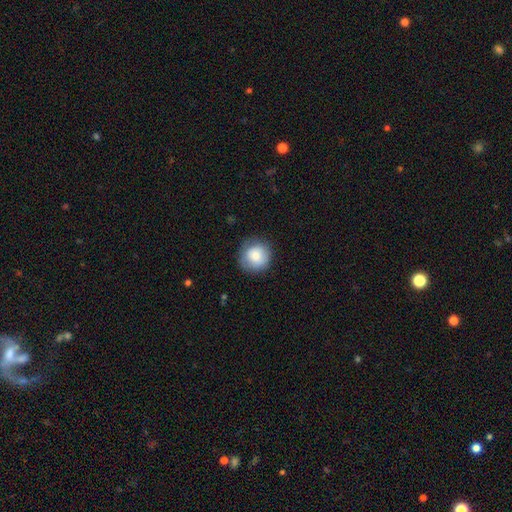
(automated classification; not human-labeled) smooth-or-featured: smooth: 82% | featured or disk: 11% | star or artifact: 8%
  how-rounded: round: 92% | in between: 7% | cigar-shaped: 1%
  merging: none: 79% | minor disturbance: 15% | major disturbance: 4% | merger: 1%